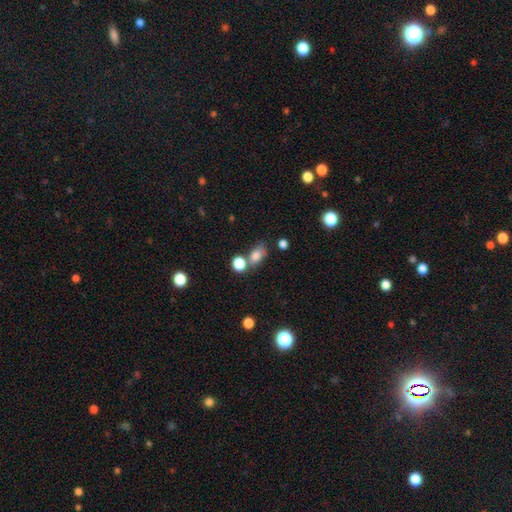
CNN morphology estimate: This appears to be a smooth galaxy with no disk features (80%) that is in between round and cigar-shaped (75%). Merging: none (52%).